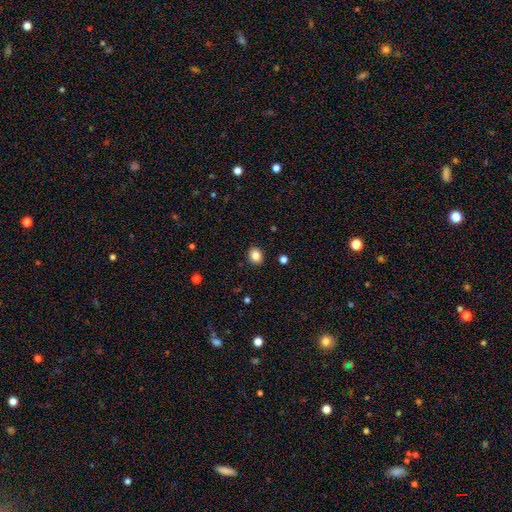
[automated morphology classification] The model was most divided on "how rounded": round: 67%, in between: 32%, cigar-shaped: 1%. More confident: merging — none (90%); smooth or featured — smooth (85%).